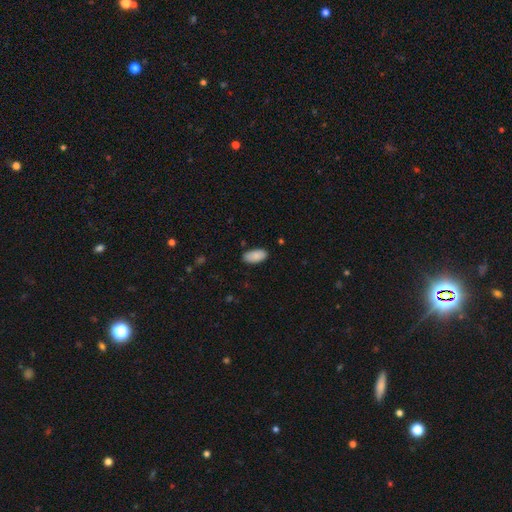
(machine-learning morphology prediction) smooth 88%, star or artifact 7%, featured or disk 5%. Down the decision tree: how rounded — in between (94%); merging — none (81%).